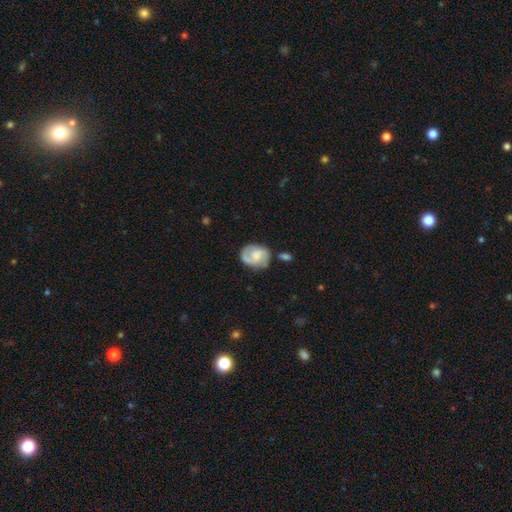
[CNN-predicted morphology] Smooth or featured: featured or disk — 66% (smooth — 28%)
Edge-on disk: no — 98% (yes — 2%)
Bar: no — 53% (weak — 39%)
Spiral arms: yes — 90% (no — 10%)
Spiral winding: medium — 46% (tight — 35%)
Spiral arm count: 2 — 80% (can't tell — 9%)
Bulge size: moderate — 30% (none — 26%)
Merging: none — 68% (minor disturbance — 19%)